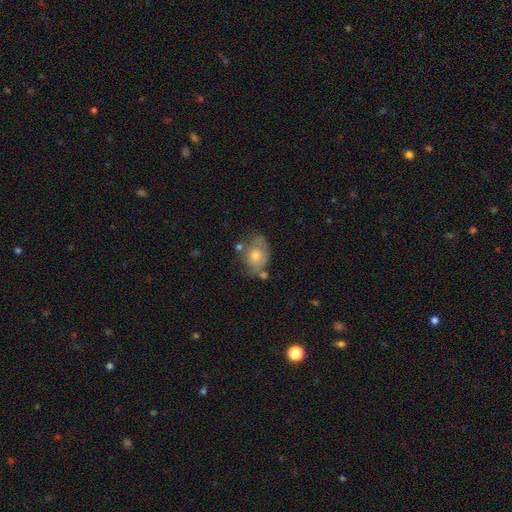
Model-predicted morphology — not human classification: type=smooth (50%); merging=none (53%).